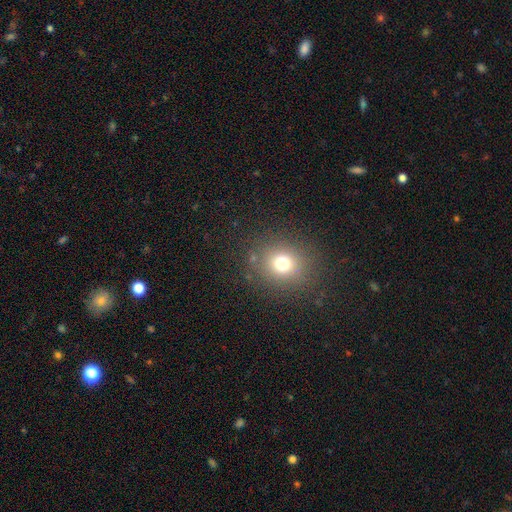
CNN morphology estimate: The model was most divided on "smooth or featured": smooth: 67%, star or artifact: 25%, featured or disk: 8%. More confident: merging — none (90%); how rounded — round (79%).